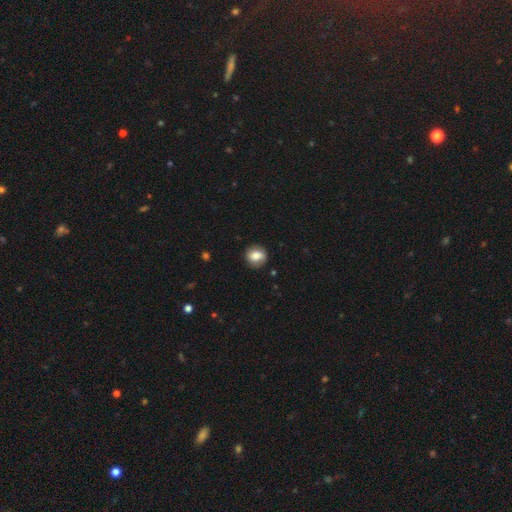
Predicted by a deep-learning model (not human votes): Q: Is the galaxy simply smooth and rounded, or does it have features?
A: smooth — 76%.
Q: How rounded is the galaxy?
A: round — 74%.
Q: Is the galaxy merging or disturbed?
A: none — 85%.